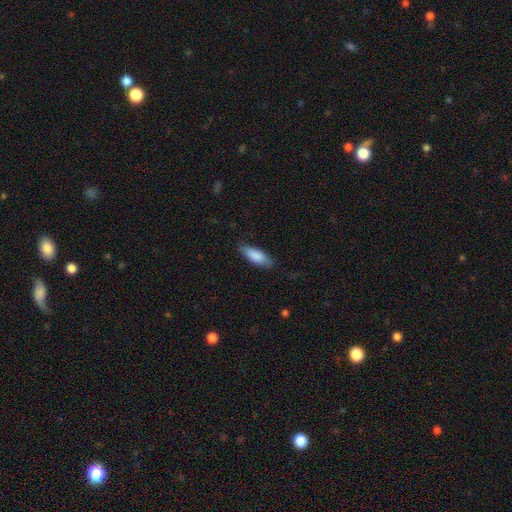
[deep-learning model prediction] A smooth galaxy with no disk features (86%) that is in between round and cigar-shaped (68%). Merging: none (78%).